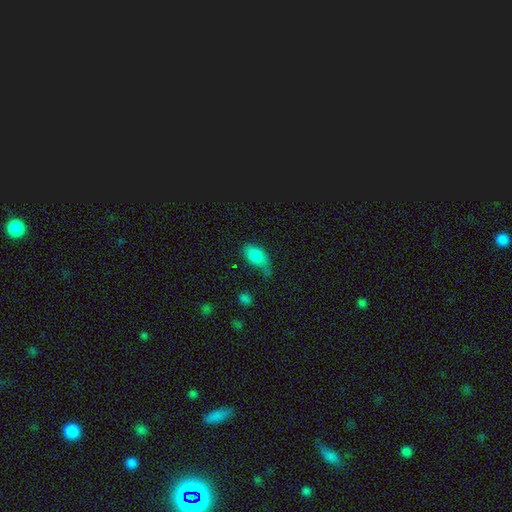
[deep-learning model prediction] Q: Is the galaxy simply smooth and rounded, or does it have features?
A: smooth — 82%.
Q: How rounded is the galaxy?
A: in between — 90%.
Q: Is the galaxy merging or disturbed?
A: minor disturbance — 39%.